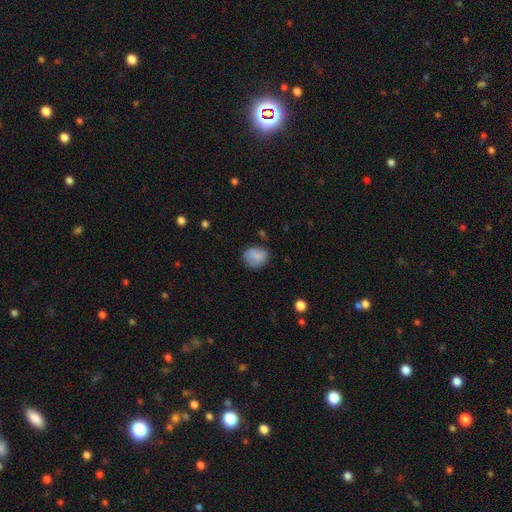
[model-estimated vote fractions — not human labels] A smooth galaxy with no disk features (82%) that is round (63%).

Vote fractions:
- Smooth or featured? smooth: 82% / featured or disk: 9% / star or artifact: 9%
- How rounded? round: 63% / in between: 36% / cigar-shaped: 1%
- Merging? none: 68% / minor disturbance: 23% / major disturbance: 7% / merger: 3%